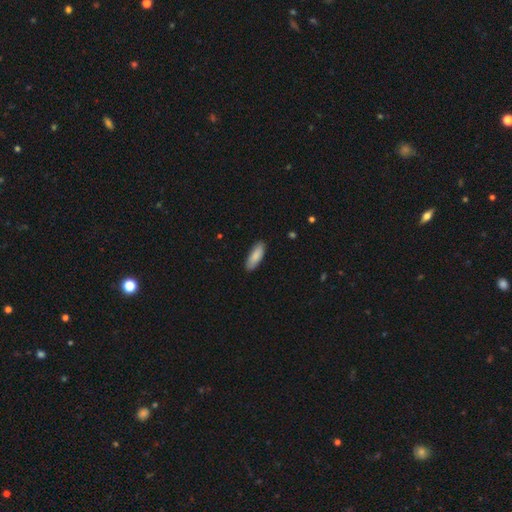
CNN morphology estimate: type=smooth (86%); roundness=in between (63%); merging=none (88%).